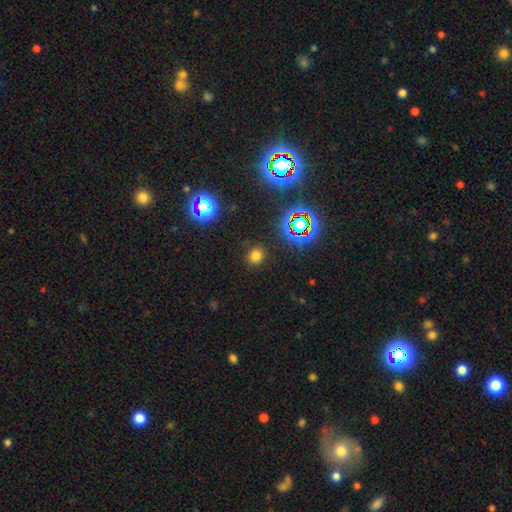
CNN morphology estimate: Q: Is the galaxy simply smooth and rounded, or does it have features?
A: smooth — 73%.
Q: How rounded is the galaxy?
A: round — 85%.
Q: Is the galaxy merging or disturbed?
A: none — 90%.